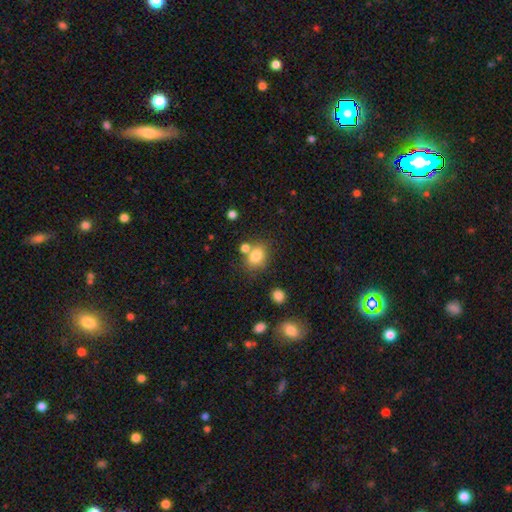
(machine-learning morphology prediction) A smooth galaxy with no disk features (80%) that is round (50%). Merging: none (62%).